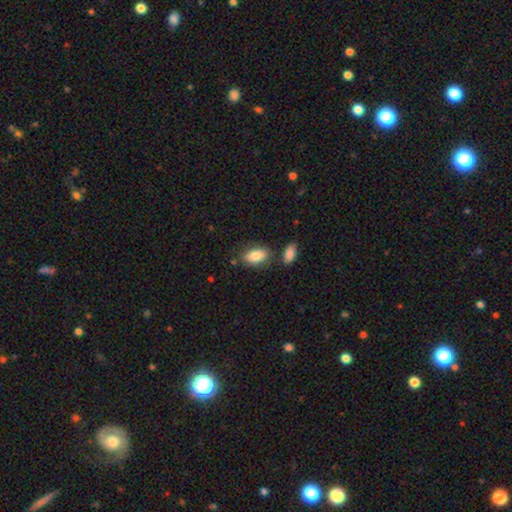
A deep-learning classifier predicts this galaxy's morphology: This is clearly a smooth galaxy (83%). How rounded: clearly in between (92%). Merging: likely none (72%).